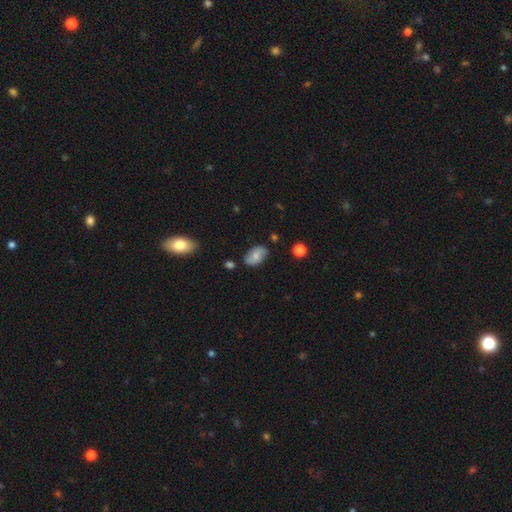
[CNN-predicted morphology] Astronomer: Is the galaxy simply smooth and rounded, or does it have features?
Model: smooth — 68%.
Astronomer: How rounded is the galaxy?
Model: in between — 92%.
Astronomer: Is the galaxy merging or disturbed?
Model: none — 76%.